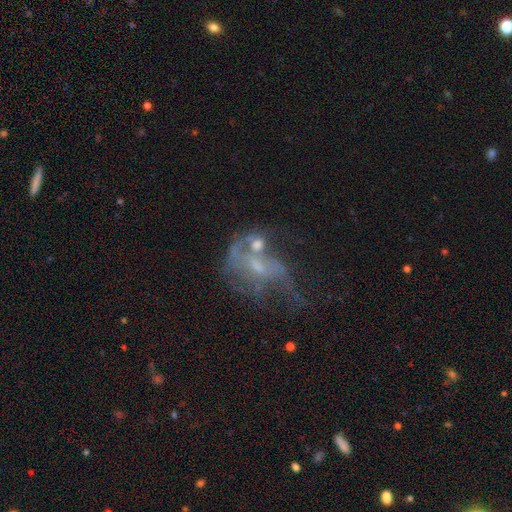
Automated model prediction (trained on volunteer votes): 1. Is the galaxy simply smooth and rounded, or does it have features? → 65% featured or disk, 18% smooth, 17% star or artifact.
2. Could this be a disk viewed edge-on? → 97% no, 3% yes.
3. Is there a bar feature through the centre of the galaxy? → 68% no, 26% weak, 6% strong.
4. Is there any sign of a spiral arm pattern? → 60% no, 40% yes.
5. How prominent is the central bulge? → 47% small, 26% moderate, 24% none, 2% large, 1% dominant.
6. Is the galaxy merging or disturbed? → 35% major disturbance, 26% merger, 24% none, 14% minor disturbance.